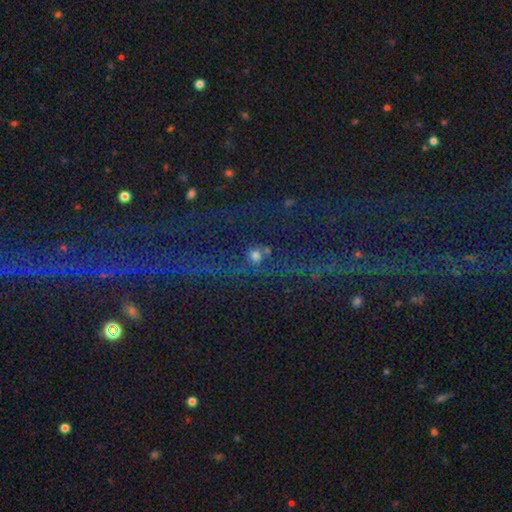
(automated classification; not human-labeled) Smooth or featured? Predicted: star or artifact (p=0.43).